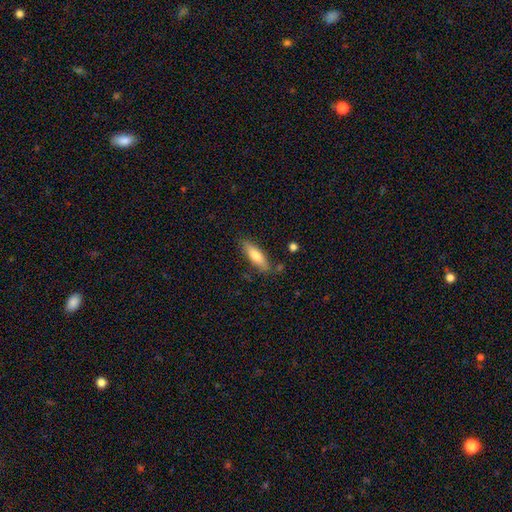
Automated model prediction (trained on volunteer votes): Smooth or featured? smooth (76%)
How rounded? cigar-shaped (55%)
Merging? none (79%)